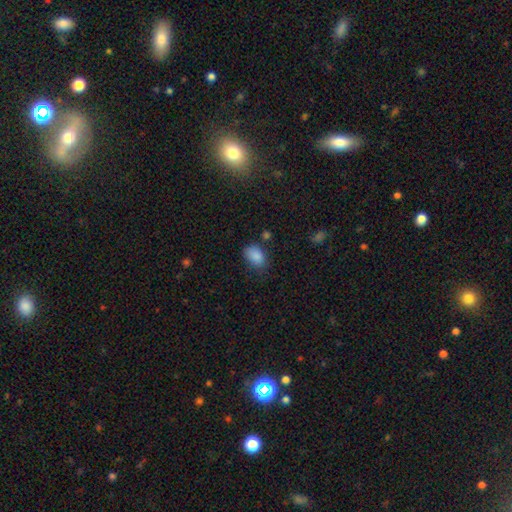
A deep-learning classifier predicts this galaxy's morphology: Smooth or featured?
  - smooth: 86% *
  - star or artifact: 9%
  - featured or disk: 5%
How rounded?
  - in between: 85% *
  - round: 13%
  - cigar-shaped: 1%
Merging?
  - none: 66% *
  - minor disturbance: 24%
  - major disturbance: 6%
  - merger: 4%